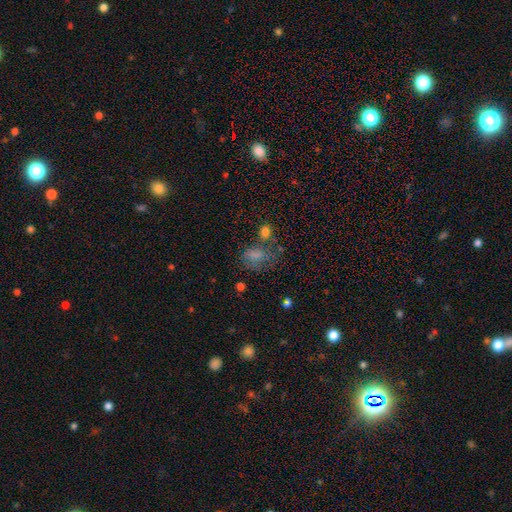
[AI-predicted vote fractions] smooth-or-featured: smooth: 70% | star or artifact: 17% | featured or disk: 13%
  how-rounded: in between: 71% | round: 27% | cigar-shaped: 2%
  merging: none: 43% | minor disturbance: 24% | major disturbance: 21% | merger: 12%